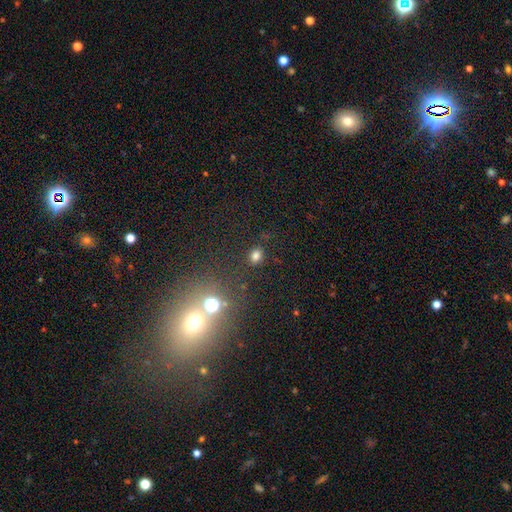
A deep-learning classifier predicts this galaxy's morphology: Smooth or featured? smooth (75%)
How rounded? round (57%)
Merging? none (83%)